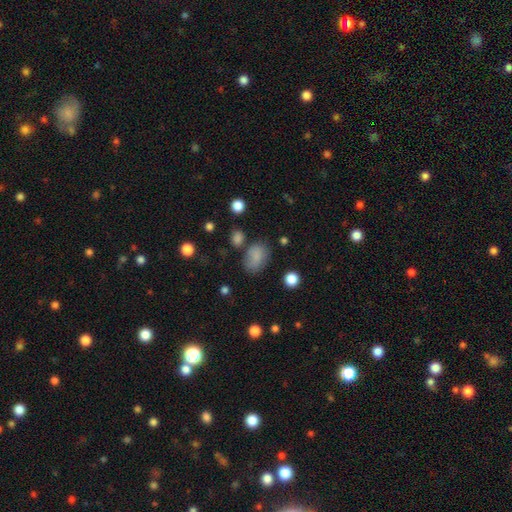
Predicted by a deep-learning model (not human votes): Smooth or featured? smooth (80%)
How rounded? in between (80%)
Merging? none (62%)